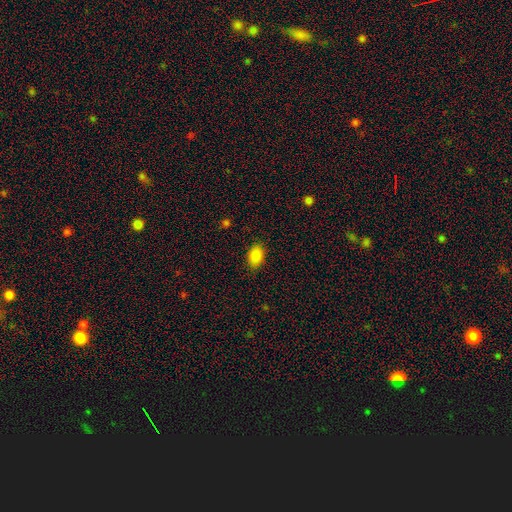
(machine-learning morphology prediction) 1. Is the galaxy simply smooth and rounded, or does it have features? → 87% smooth, 9% star or artifact, 5% featured or disk.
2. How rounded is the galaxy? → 84% in between, 15% round, 1% cigar-shaped.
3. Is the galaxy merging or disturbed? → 86% none, 10% minor disturbance, 3% major disturbance, 1% merger.